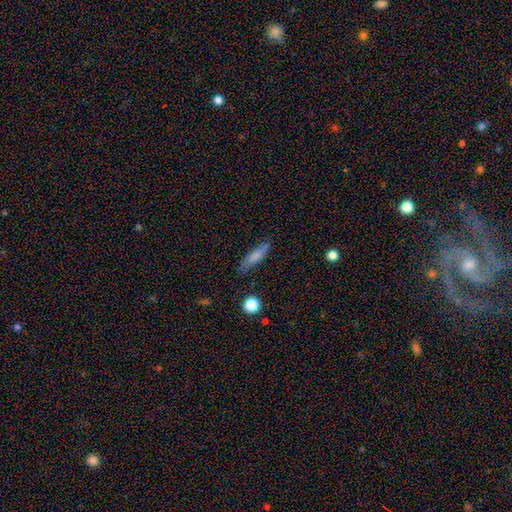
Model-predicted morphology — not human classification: A smooth galaxy with no disk features (75%) that is cigar-shaped (72%). Merging: none (79%).